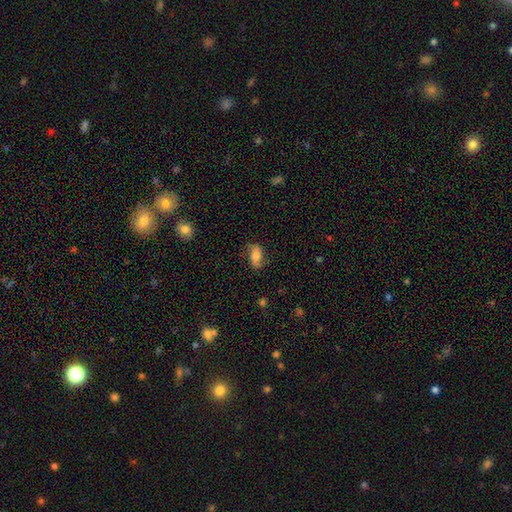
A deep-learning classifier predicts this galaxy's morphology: Smooth or featured? Predicted: smooth (p=0.46). Merging? Predicted: none (p=0.73).